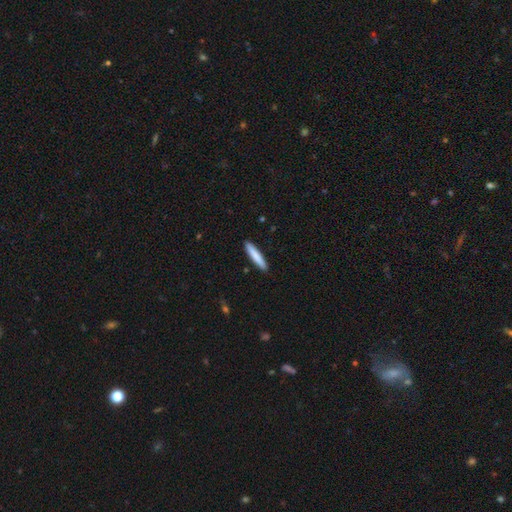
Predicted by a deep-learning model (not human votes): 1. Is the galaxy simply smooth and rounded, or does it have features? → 82% smooth, 13% featured or disk, 5% star or artifact.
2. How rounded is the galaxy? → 91% cigar-shaped, 7% in between, 1% round.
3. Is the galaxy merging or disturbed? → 91% none, 7% minor disturbance, 1% major disturbance, 1% merger.